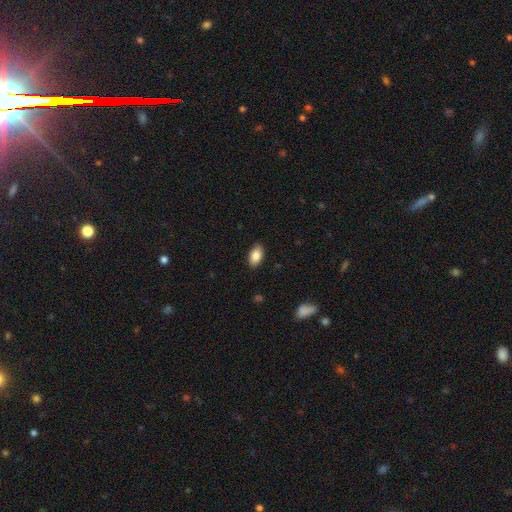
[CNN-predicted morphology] Smooth or featured: smooth — 88% (star or artifact — 7%)
How rounded: in between — 93% (round — 5%)
Merging: none — 88% (minor disturbance — 9%)